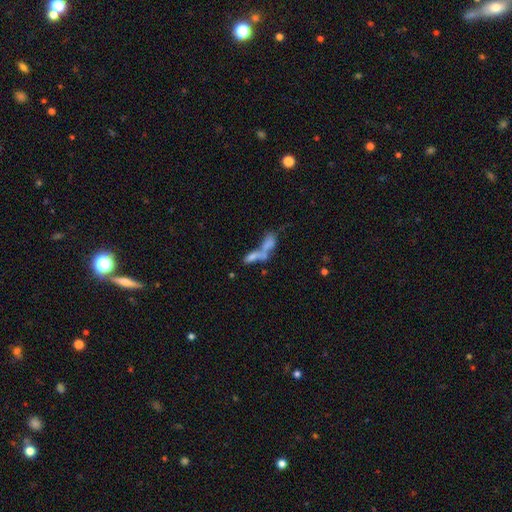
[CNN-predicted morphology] smooth 59%, featured or disk 29%, star or artifact 12%. Down the decision tree: how rounded — in between (56%); merging — merger (71%).